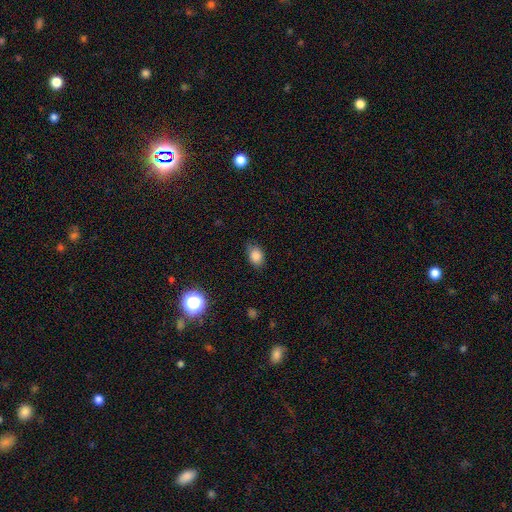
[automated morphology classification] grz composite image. It shows a smooth galaxy with no disk features (84%) that is in between round and cigar-shaped (73%). Merging: none (69%).